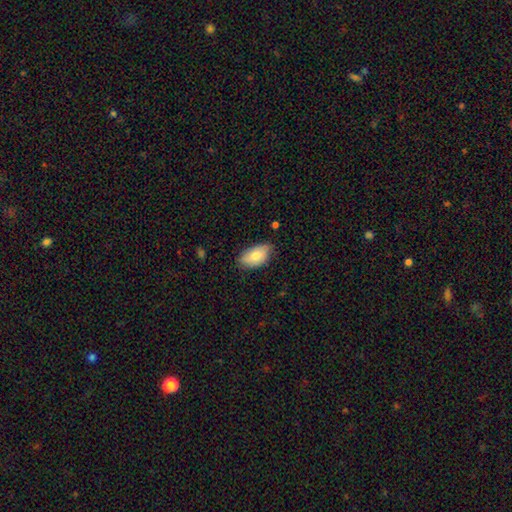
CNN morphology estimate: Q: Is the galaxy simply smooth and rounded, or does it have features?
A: smooth — 79%.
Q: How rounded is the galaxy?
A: in between — 94%.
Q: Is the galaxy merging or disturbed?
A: none — 74%.